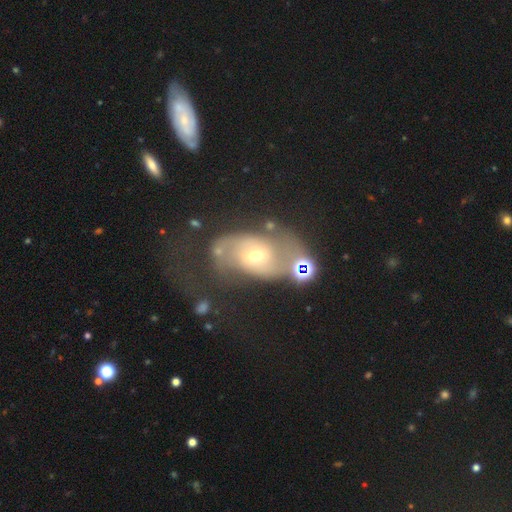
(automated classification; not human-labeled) Smooth or featured? Predicted: featured or disk (p=0.67). Edge-on disk? Predicted: no (p=0.95). Bar? Predicted: no (p=0.67). Spiral arms? Predicted: yes (p=0.77). Bulge size? Predicted: moderate (p=0.49). Merging? Predicted: none (p=0.38).